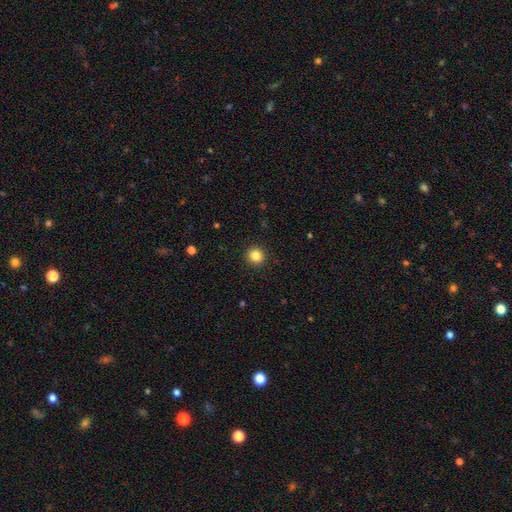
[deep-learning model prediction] Overall: smooth (84%). How rounded: round (95%). Merging: none (93%).